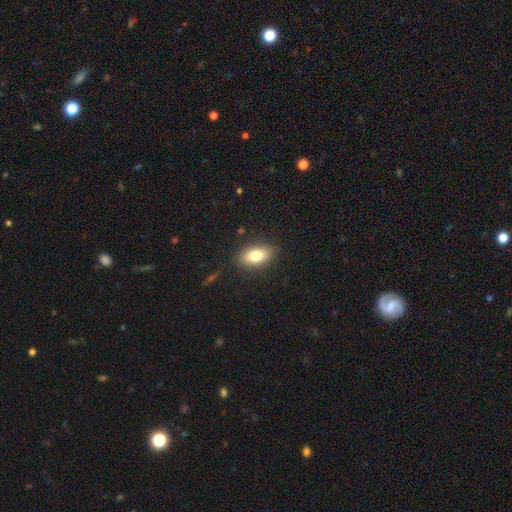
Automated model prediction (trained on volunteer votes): Smooth or featured? Predicted: smooth (p=0.78). How rounded? Predicted: in between (p=0.87). Merging? Predicted: none (p=0.87).